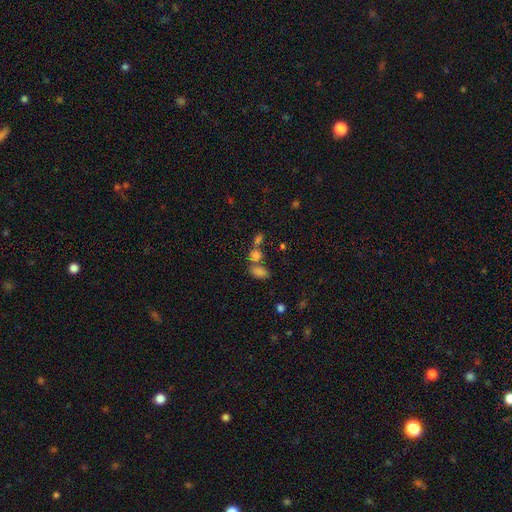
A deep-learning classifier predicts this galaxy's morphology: type=smooth (74%); roundness=in between (66%); merging=merger (45%).